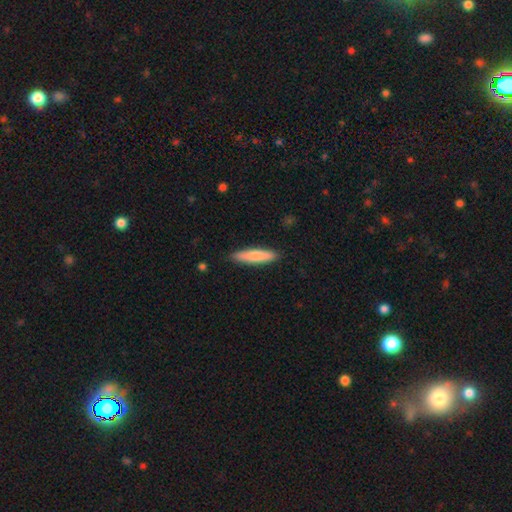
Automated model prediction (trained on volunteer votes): A smooth galaxy with no disk features (77%) that is cigar-shaped (83%). Merging: none (89%).